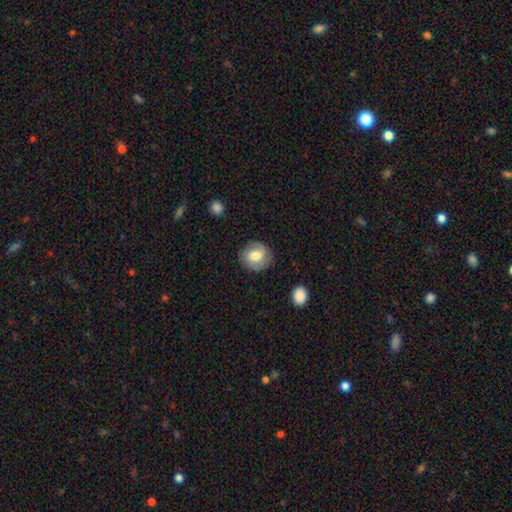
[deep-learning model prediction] Smooth or featured? smooth (66%)
How rounded? round (75%)
Merging? none (83%)